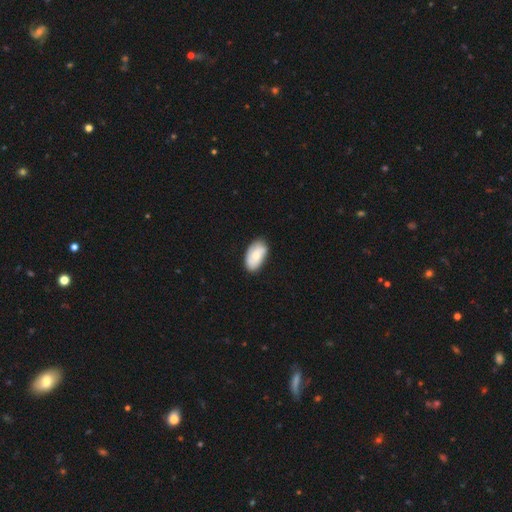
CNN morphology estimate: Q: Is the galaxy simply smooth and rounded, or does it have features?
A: smooth — 74%.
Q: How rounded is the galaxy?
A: in between — 94%.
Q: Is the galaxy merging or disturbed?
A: none — 76%.